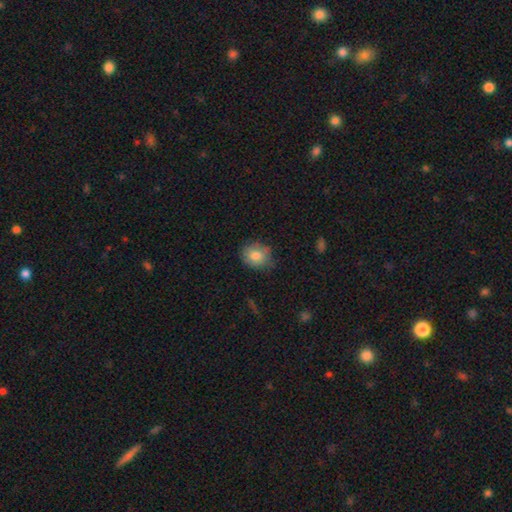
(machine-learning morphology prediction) Smooth or featured? smooth (81%)
How rounded? round (68%)
Merging? none (71%)